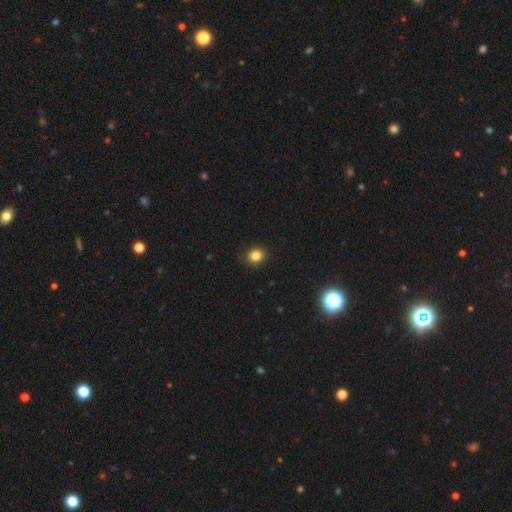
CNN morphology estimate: This is clearly a smooth galaxy (84%). How rounded: likely round (69%). Merging: clearly none (84%).